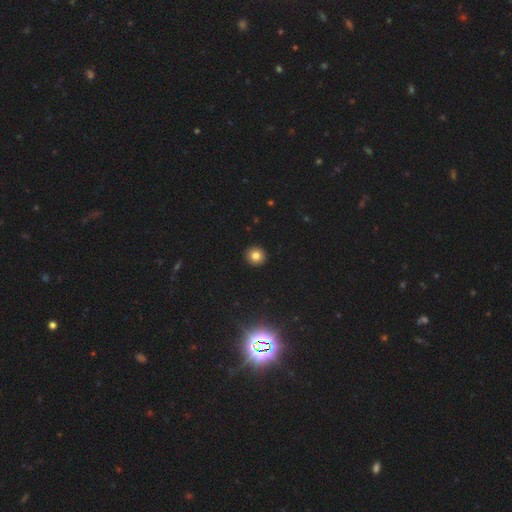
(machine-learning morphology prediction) Smooth or featured: smooth — 81% (star or artifact — 13%)
How rounded: round — 92% (in between — 7%)
Merging: none — 93% (minor disturbance — 4%)